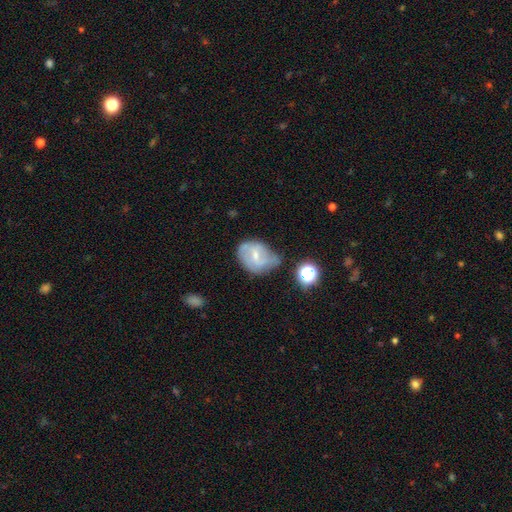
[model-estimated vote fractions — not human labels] smooth-or-featured: featured or disk: 59% | smooth: 32% | star or artifact: 9%
  disk-edge-on: no: 96% | yes: 4%
    bar: weak: 55% | no: 26% | strong: 19%
    has-spiral-arms: yes: 71% | no: 29%
    bulge-size: small: 56% | moderate: 36% | none: 6% | large: 1% | dominant: 1%
  merging: minor disturbance: 37% | none: 35% | major disturbance: 21% | merger: 7%